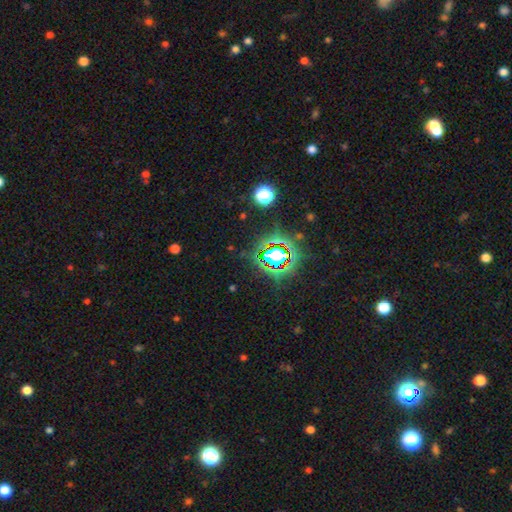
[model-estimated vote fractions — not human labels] star or artifact 79%, smooth 12%, featured or disk 8%.